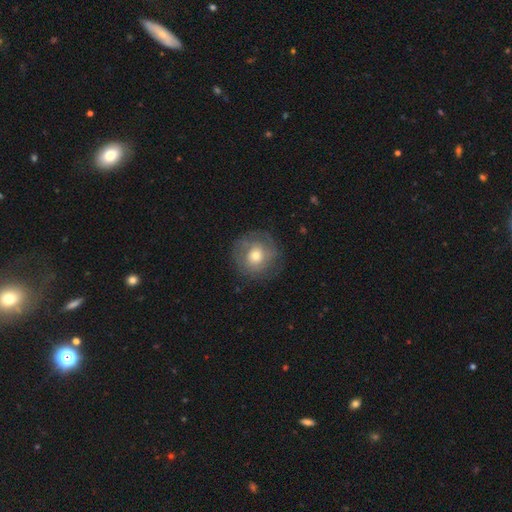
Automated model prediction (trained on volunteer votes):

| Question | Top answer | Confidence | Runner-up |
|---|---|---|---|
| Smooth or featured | smooth | 52% | featured or disk (40%) |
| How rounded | round | 92% | in between (7%) |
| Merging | none | 78% | minor disturbance (14%) |